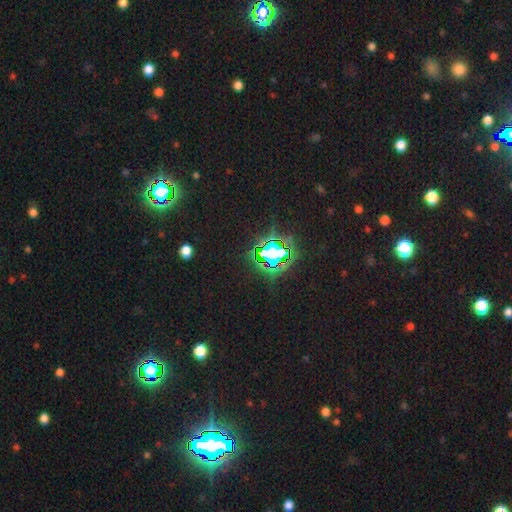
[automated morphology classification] Smooth or featured? star or artifact (83%)